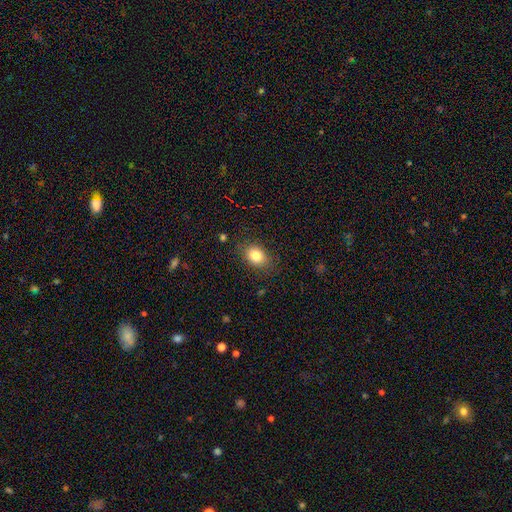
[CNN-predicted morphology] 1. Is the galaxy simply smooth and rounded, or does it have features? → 82% smooth, 10% star or artifact, 8% featured or disk.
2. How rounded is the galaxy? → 65% in between, 33% round, 1% cigar-shaped.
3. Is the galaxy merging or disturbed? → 83% none, 12% minor disturbance, 3% major disturbance, 1% merger.